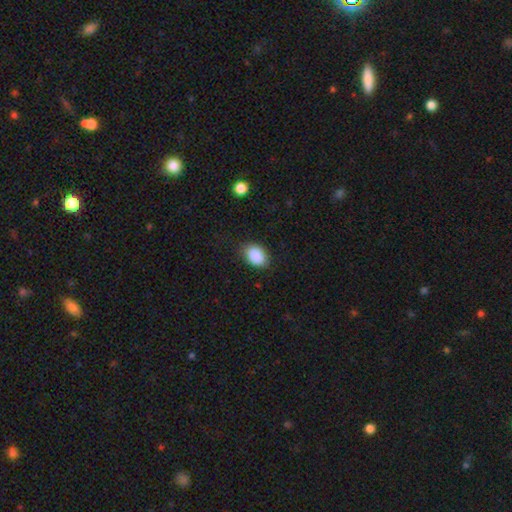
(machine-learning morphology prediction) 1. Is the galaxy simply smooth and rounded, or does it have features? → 89% smooth, 7% star or artifact, 4% featured or disk.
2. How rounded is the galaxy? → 83% in between, 16% round, 1% cigar-shaped.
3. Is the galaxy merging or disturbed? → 83% none, 13% minor disturbance, 3% major disturbance, 1% merger.